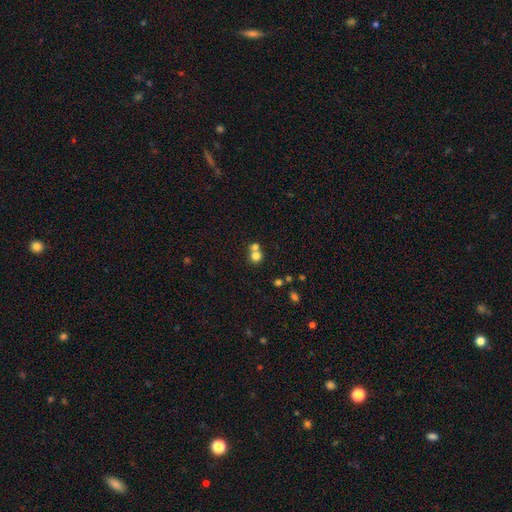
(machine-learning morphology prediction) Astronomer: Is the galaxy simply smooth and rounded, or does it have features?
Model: smooth — 75%.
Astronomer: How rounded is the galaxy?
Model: round — 86%.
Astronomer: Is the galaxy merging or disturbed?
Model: merger — 49% (runner-up: none, 43%).